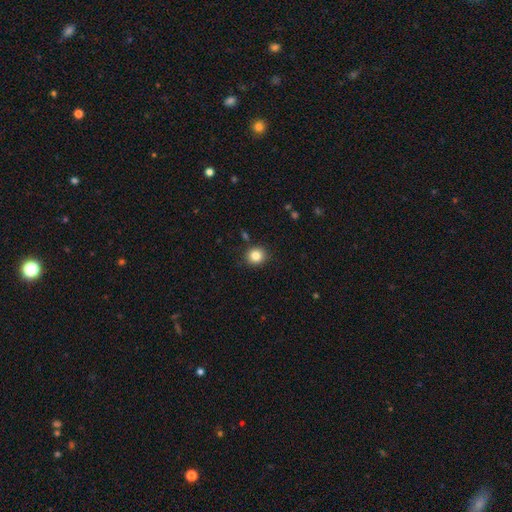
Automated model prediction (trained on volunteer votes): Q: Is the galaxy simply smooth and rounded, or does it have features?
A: smooth — 84%.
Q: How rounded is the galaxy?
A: round — 83%.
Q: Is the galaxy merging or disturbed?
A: none — 88%.